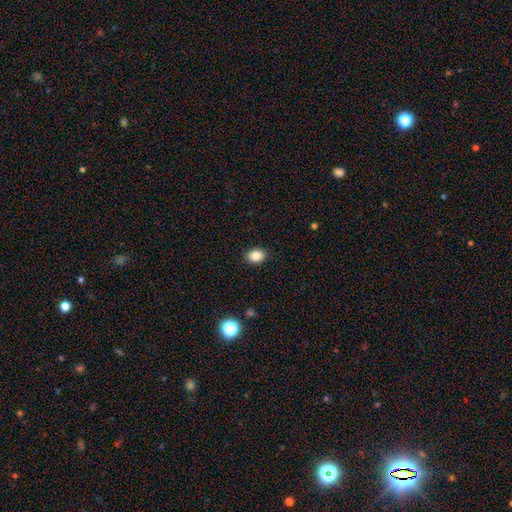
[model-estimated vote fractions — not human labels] Q: Smooth or featured?
A: smooth (86%); runner-up: star or artifact (10%)
Q: How rounded?
A: in between (69%); runner-up: round (30%)
Q: Merging?
A: none (90%); runner-up: minor disturbance (7%)